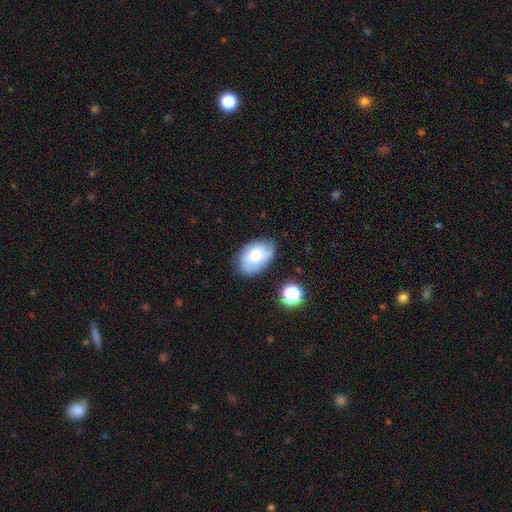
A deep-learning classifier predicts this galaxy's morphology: type=smooth (63%); roundness=in between (83%); merging=none (63%).